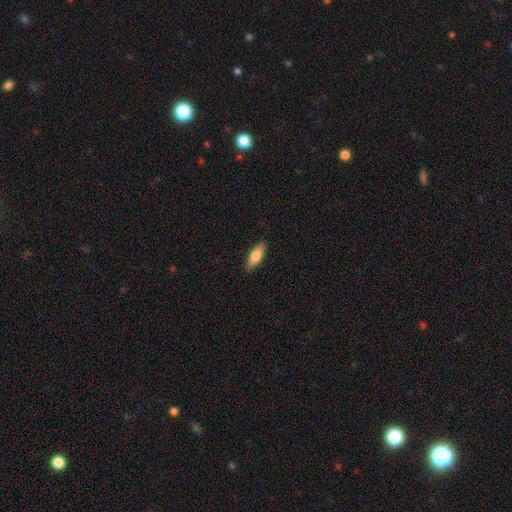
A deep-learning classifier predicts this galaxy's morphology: A smooth galaxy with no disk features (77%) that is in between round and cigar-shaped (69%).

Vote fractions:
- Smooth or featured? smooth: 77% / featured or disk: 17% / star or artifact: 6%
- How rounded? in between: 69% / cigar-shaped: 29% / round: 2%
- Merging? none: 88% / minor disturbance: 9% / major disturbance: 2% / merger: 1%